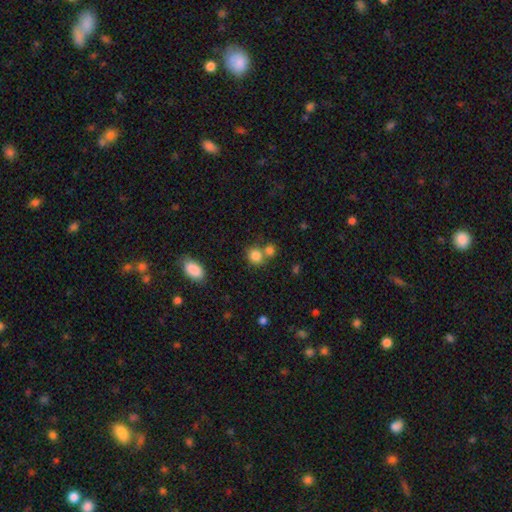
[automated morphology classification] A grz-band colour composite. It shows a smooth galaxy with no disk features (83%) that is round (75%). Merging: none (53%).